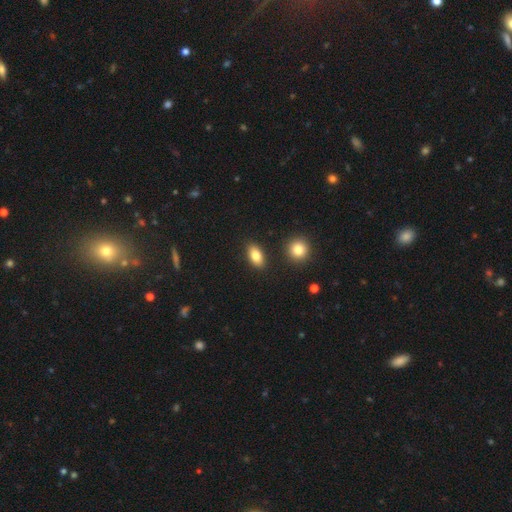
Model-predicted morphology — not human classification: smooth_or_featured: smooth (p=0.82) [alt: featured or disk p=0.10]
how_rounded: in between (p=0.87) [alt: round p=0.07]
merging: none (p=0.86) [alt: minor disturbance p=0.08]